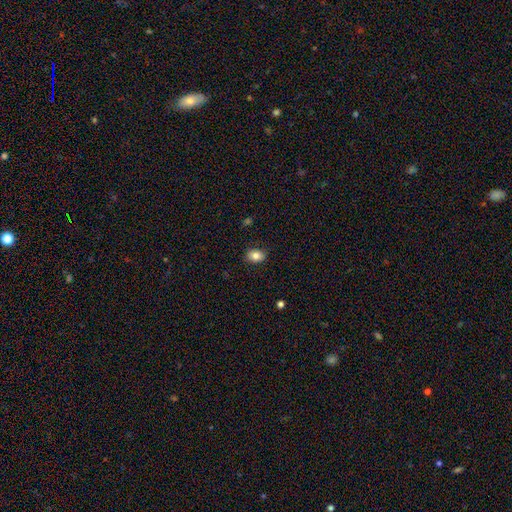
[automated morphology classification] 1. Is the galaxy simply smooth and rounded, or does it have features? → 83% smooth, 9% featured or disk, 8% star or artifact.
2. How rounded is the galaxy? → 79% in between, 19% round, 1% cigar-shaped.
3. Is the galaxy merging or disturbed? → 87% none, 10% minor disturbance, 2% major disturbance, 1% merger.